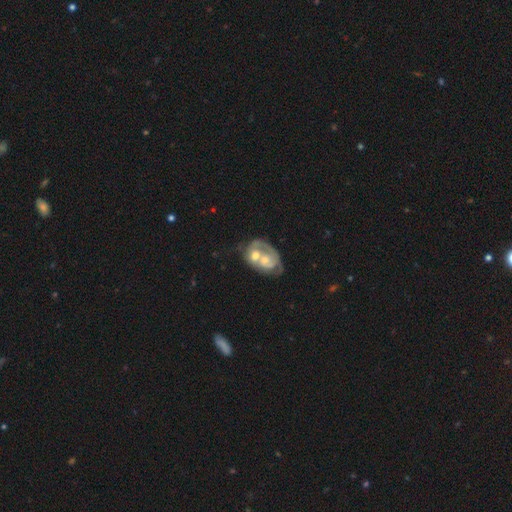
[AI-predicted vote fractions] Smooth or featured? featured or disk (65%)
Edge-on disk? no (97%)
Bar? no (77%)
Spiral arms? yes (53%)
Bulge size? moderate (58%)
Merging? merger (63%)